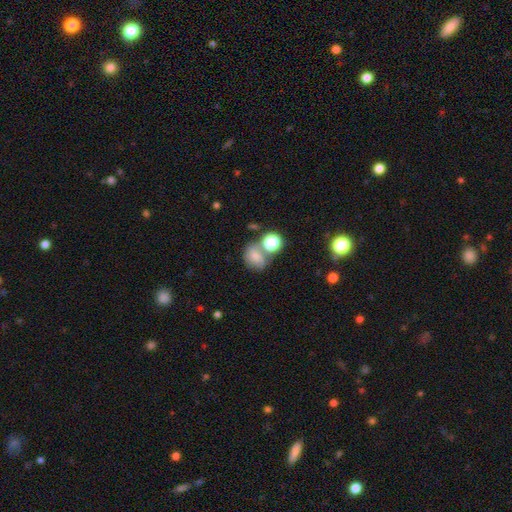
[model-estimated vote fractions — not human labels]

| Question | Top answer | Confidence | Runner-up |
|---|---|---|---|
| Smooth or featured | smooth | 63% | featured or disk (23%) |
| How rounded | round | 59% | in between (40%) |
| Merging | none | 41% | merger (35%) |